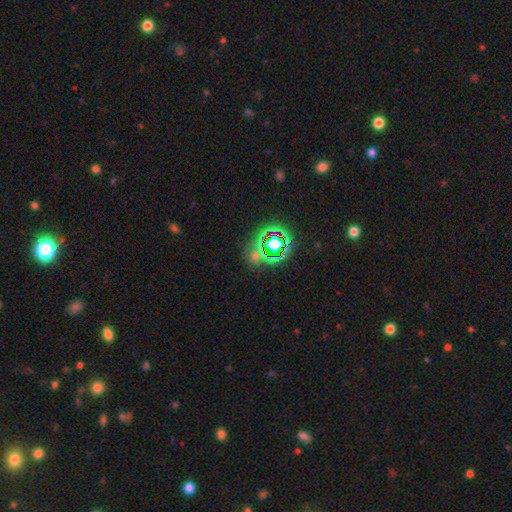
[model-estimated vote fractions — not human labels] Smooth or featured? Predicted: star or artifact (p=0.64).